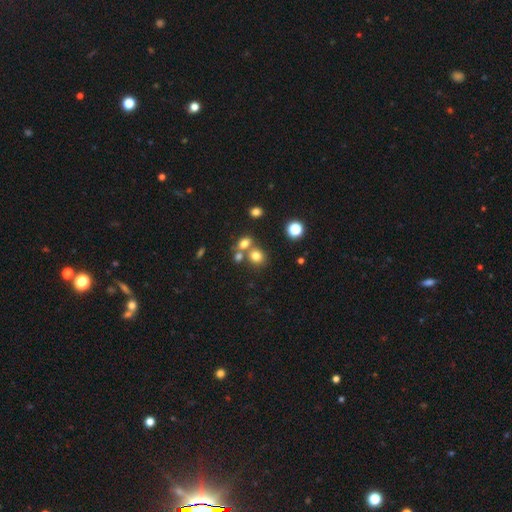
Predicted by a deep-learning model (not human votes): Smooth or featured? Predicted: smooth (p=0.74). How rounded? Predicted: round (p=0.76). Merging? Predicted: none (p=0.55).